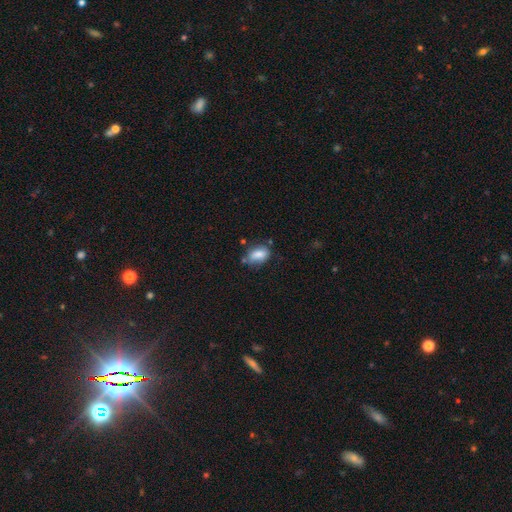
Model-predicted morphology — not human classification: This appears to be a smooth galaxy with no disk features (78%) that is in between round and cigar-shaped (84%). Merging: none (60%).